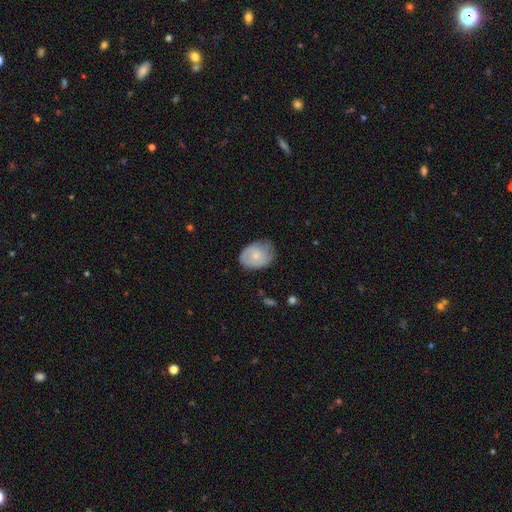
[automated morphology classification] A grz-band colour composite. It shows a smooth galaxy with no disk features (63%) that is in between round and cigar-shaped (67%). Merging: none (56%).